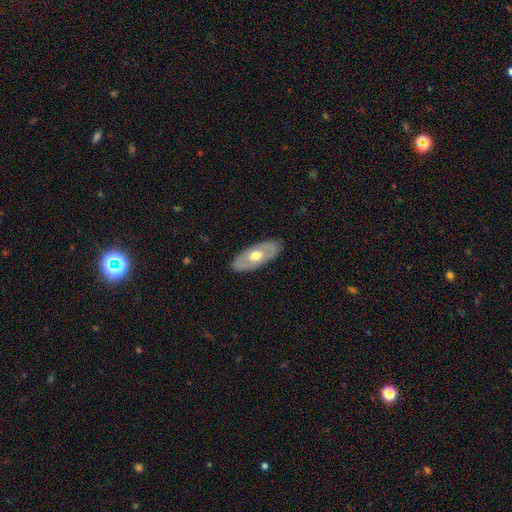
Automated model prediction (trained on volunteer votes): This appears to be a featured or disk galaxy (54%). Merging: none (85%).